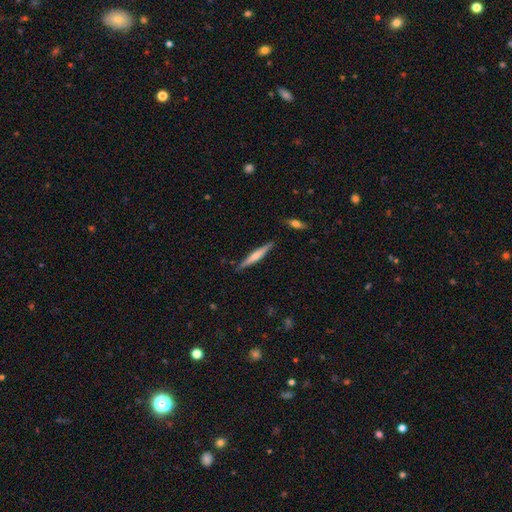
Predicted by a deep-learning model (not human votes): This is possibly a featured or disk galaxy (51%). It is clearly viewed edge-on (97%). Merging: clearly none (88%).